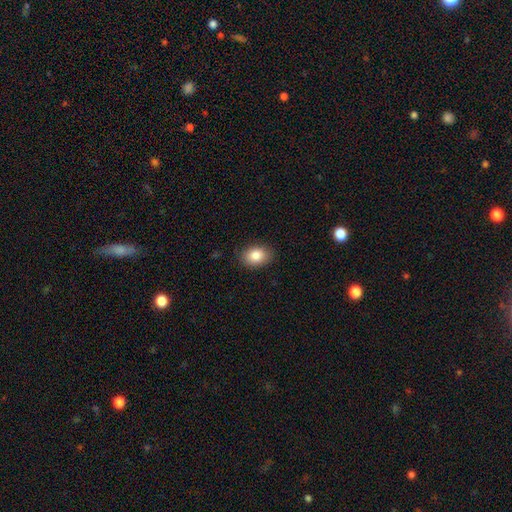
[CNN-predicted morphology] smooth 85%, star or artifact 8%, featured or disk 7%. Down the decision tree: how rounded — in between (75%); merging — none (87%).